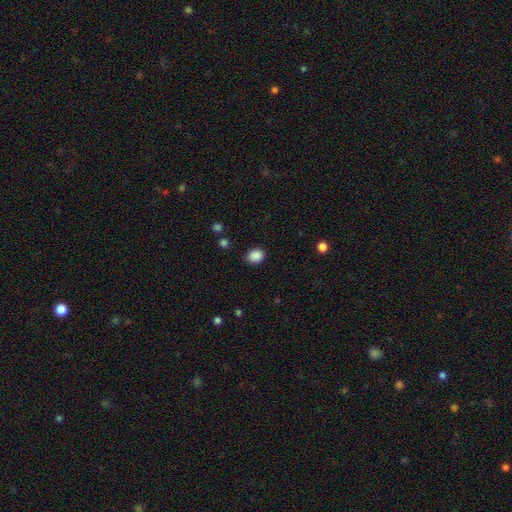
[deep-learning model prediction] Q: Smooth or featured?
A: smooth (88%); runner-up: star or artifact (10%)
Q: How rounded?
A: round (56%); runner-up: in between (43%)
Q: Merging?
A: none (86%); runner-up: minor disturbance (10%)